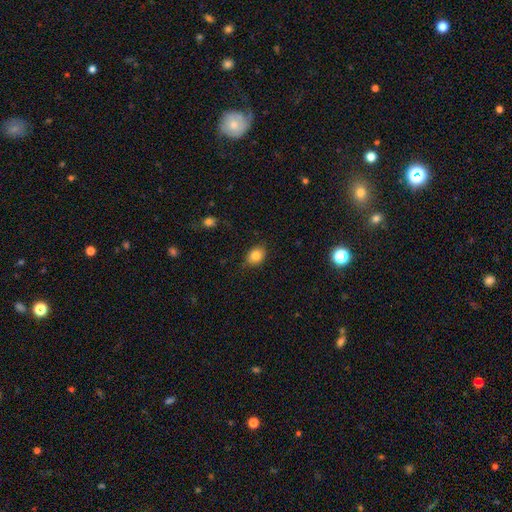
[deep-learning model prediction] A smooth galaxy with no disk features (83%) that is in between round and cigar-shaped (63%). Merging: none (82%).